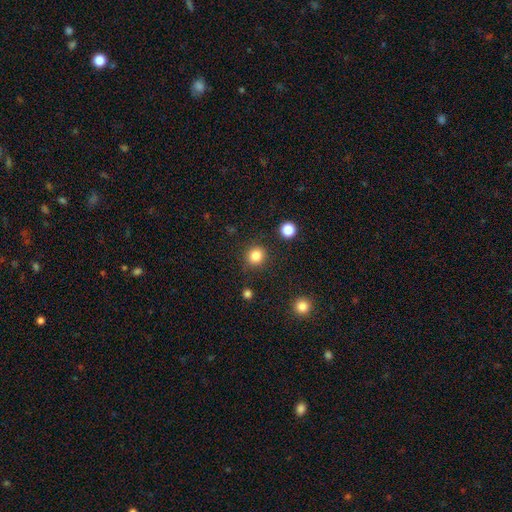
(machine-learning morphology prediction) A smooth galaxy with no disk features (84%) that is round (90%).

Vote fractions:
- Smooth or featured? smooth: 84% / star or artifact: 11% / featured or disk: 5%
- How rounded? round: 90% / in between: 9% / cigar-shaped: 1%
- Merging? none: 88% / minor disturbance: 7% / major disturbance: 3% / merger: 2%